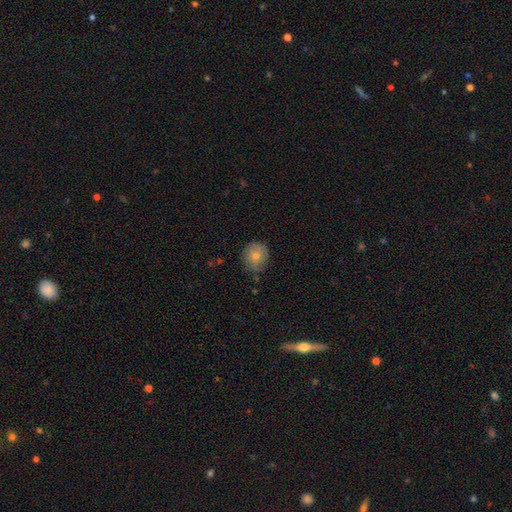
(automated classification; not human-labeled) Smooth or featured? smooth (76%)
How rounded? round (84%)
Merging? none (72%)